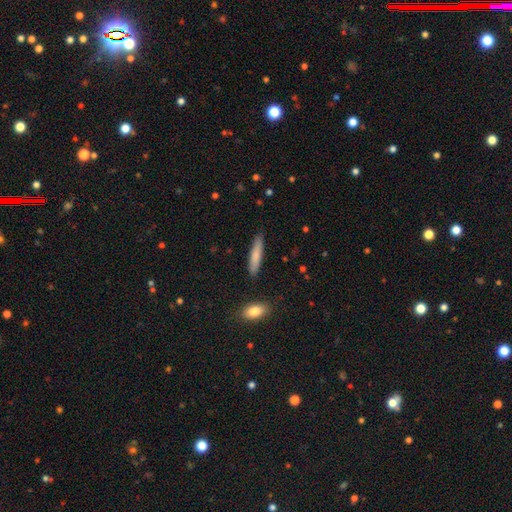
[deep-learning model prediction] A smooth galaxy with no disk features (78%) that is cigar-shaped (86%). Merging: none (87%).